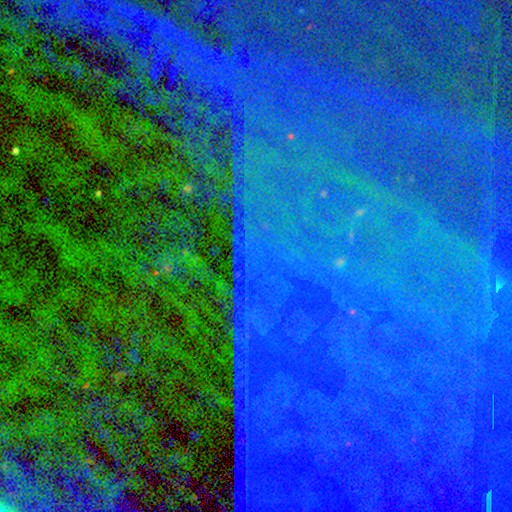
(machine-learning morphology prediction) Smooth or featured? Predicted: star or artifact (p=0.85).